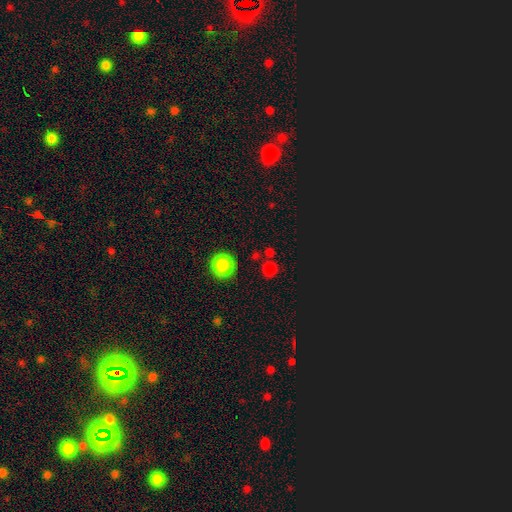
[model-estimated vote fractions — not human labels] The model was most divided on "smooth or featured": smooth: 77%, star or artifact: 19%, featured or disk: 4%. More confident: how rounded — round (89%); merging — none (82%).